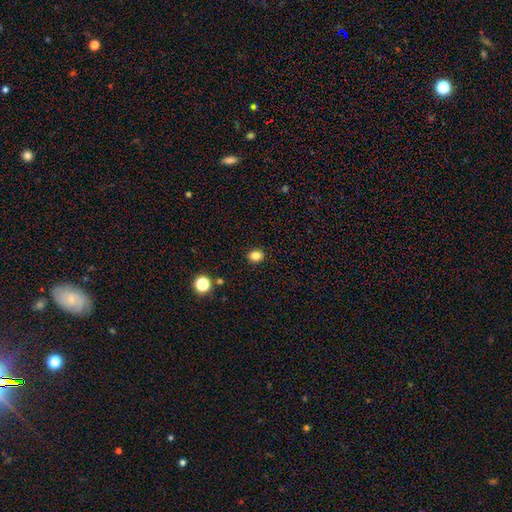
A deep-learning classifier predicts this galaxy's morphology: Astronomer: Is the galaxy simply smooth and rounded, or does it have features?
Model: smooth — 83%.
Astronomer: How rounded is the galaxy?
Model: round — 53% (runner-up: in between, 46%).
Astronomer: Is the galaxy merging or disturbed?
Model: none — 89%.